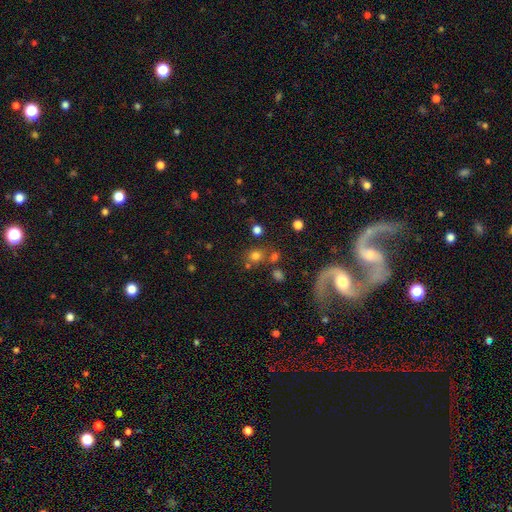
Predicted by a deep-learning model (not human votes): This appears to be a smooth galaxy with no disk features (72%) that is round (77%). Merging: none (70%).